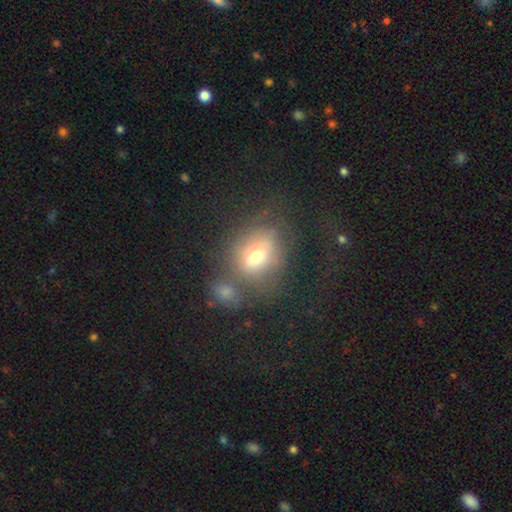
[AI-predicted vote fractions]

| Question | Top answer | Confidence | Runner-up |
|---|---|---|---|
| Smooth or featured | smooth | 62% | featured or disk (24%) |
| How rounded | in between | 52% | round (46%) |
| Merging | none | 42% | merger (23%) |